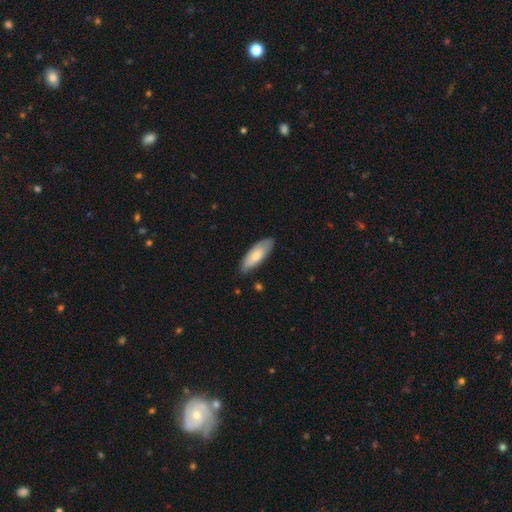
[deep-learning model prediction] Smooth or featured? smooth (74%)
How rounded? in between (69%)
Merging? none (78%)